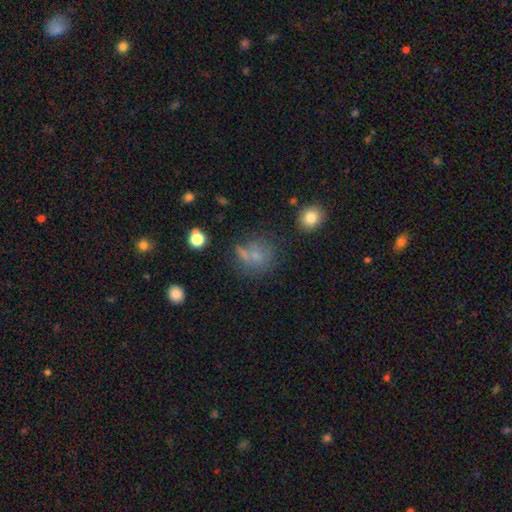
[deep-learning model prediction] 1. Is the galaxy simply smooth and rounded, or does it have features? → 65% smooth, 19% star or artifact, 15% featured or disk.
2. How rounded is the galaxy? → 80% round, 18% in between, 1% cigar-shaped.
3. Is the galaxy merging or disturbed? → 55% none, 18% minor disturbance, 15% merger, 12% major disturbance.